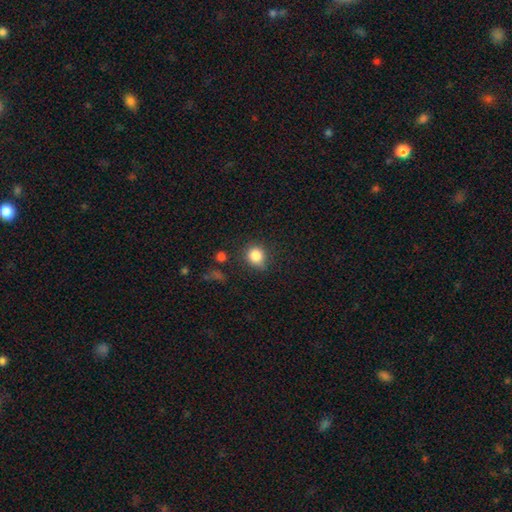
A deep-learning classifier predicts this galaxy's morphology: Smooth or featured?
  - smooth: 84% *
  - star or artifact: 10%
  - featured or disk: 5%
How rounded?
  - round: 77% *
  - in between: 22%
  - cigar-shaped: 1%
Merging?
  - none: 71% *
  - minor disturbance: 20%
  - major disturbance: 6%
  - merger: 4%